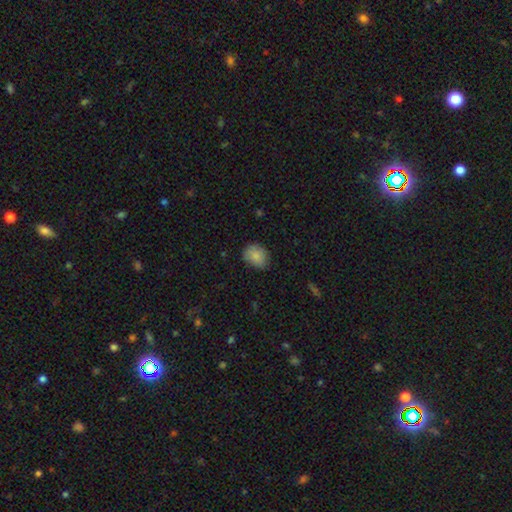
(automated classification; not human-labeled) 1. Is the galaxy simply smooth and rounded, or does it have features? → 86% smooth, 8% star or artifact, 6% featured or disk.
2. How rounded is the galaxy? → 54% round, 45% in between, 1% cigar-shaped.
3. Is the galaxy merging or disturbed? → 75% none, 20% minor disturbance, 4% major disturbance, 1% merger.